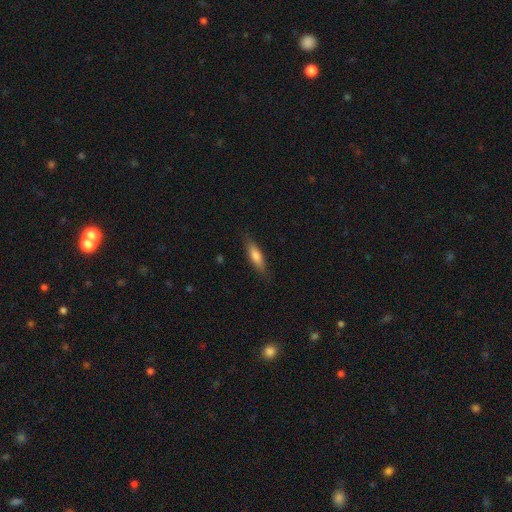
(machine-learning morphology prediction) Overall: smooth (74%). How rounded: cigar-shaped (58%; in between 40%). Merging: none (83%).